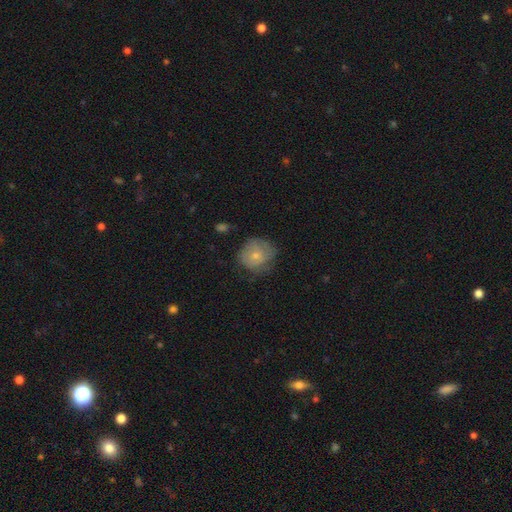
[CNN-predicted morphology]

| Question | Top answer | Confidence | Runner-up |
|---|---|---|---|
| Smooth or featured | smooth | 61% | featured or disk (32%) |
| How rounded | round | 82% | in between (17%) |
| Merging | none | 60% | minor disturbance (28%) |